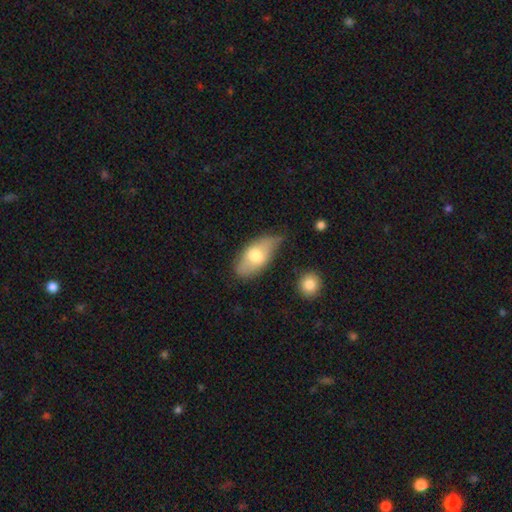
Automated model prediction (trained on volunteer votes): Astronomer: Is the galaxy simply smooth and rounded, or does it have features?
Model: smooth — 65%.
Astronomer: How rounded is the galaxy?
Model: in between — 90%.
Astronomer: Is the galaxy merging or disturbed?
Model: none — 59%.